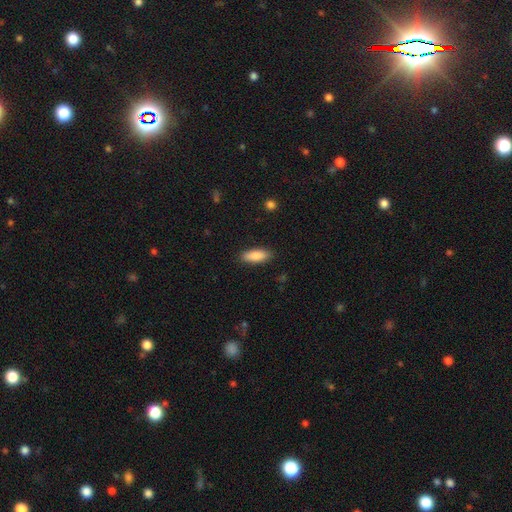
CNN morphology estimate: smooth 87%, featured or disk 7%, star or artifact 6%. Down the decision tree: how rounded — in between (69%); merging — none (88%).